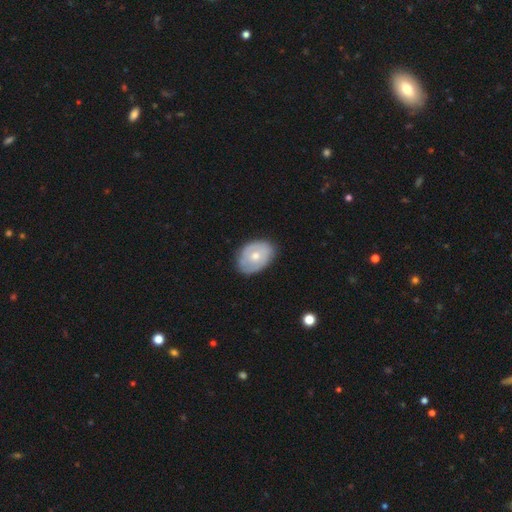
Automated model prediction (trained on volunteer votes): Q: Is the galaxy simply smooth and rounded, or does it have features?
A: featured or disk — 52%.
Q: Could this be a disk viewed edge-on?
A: no — 95%.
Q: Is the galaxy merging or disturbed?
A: none — 75%.